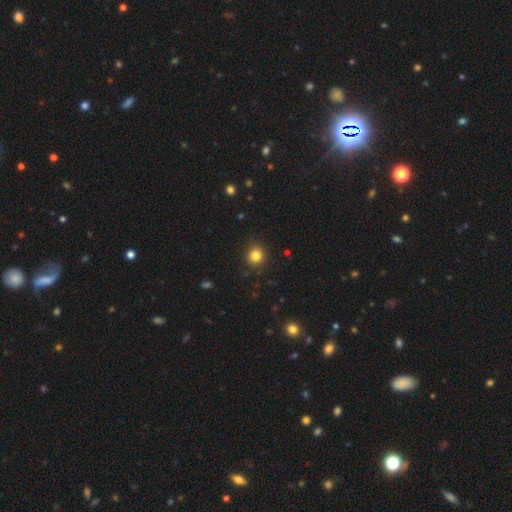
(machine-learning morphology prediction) A smooth galaxy with no disk features (83%) that is round (87%). Merging: none (89%).